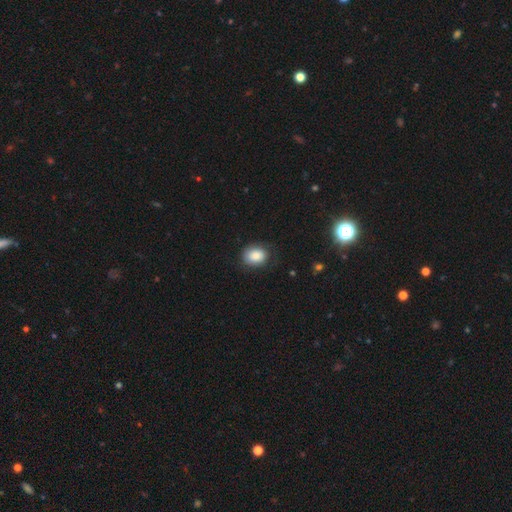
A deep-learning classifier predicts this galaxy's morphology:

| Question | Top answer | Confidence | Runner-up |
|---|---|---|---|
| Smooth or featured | smooth | 84% | featured or disk (9%) |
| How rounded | in between | 55% | round (44%) |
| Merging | none | 74% | minor disturbance (18%) |